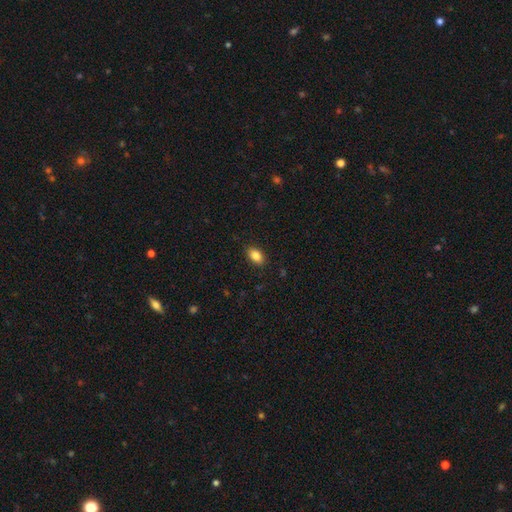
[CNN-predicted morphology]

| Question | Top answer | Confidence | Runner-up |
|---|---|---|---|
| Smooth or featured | smooth | 85% | star or artifact (8%) |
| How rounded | in between | 89% | round (8%) |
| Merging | none | 88% | minor disturbance (8%) |